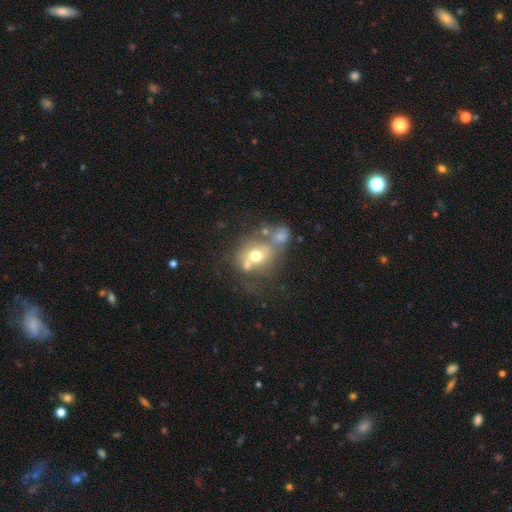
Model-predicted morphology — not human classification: Smooth or featured: smooth — 58% (featured or disk — 30%)
How rounded: round — 59% (in between — 40%)
Merging: merger — 43% (none — 31%)